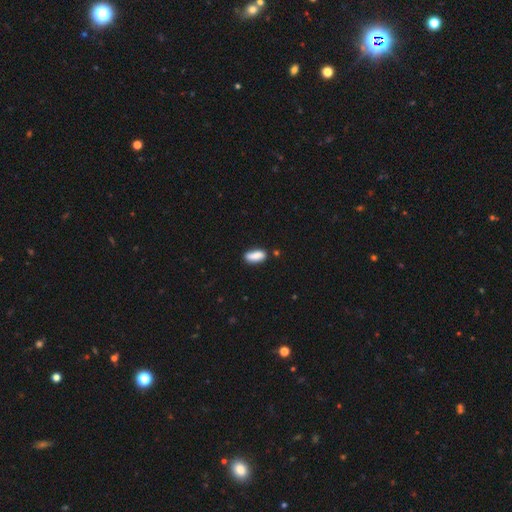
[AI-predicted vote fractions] Smooth or featured? Predicted: smooth (p=0.84). How rounded? Predicted: in between (p=0.76). Merging? Predicted: none (p=0.75).